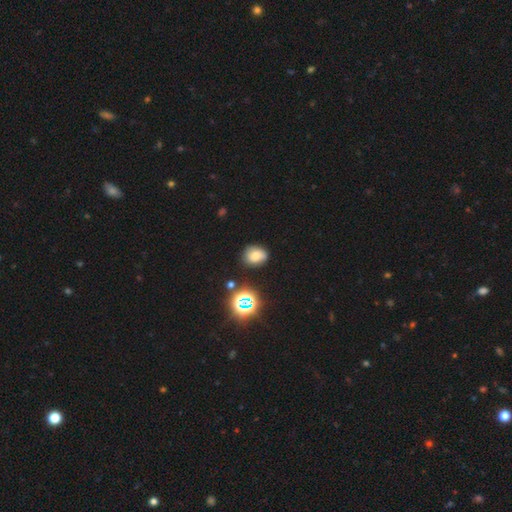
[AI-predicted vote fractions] Smooth or featured: smooth — 71% (star or artifact — 18%)
How rounded: round — 50% (in between — 49%)
Merging: none — 75% (minor disturbance — 18%)